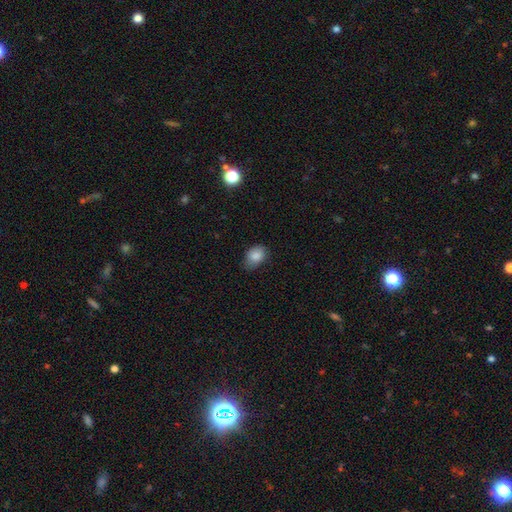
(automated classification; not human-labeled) Morphology: type=smooth (86%); roundness=in between (80%); merging=none (67%).